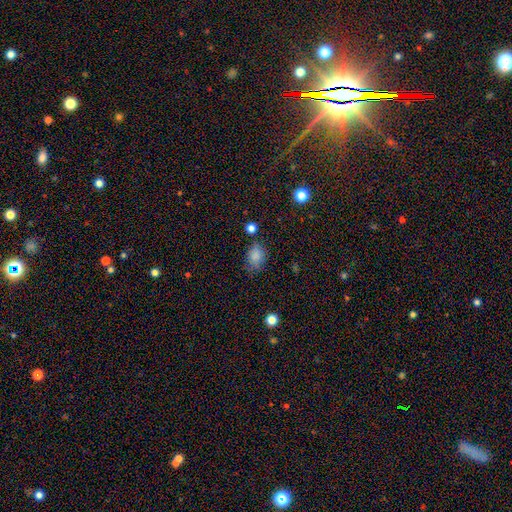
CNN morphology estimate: smooth-or-featured: smooth: 81% | star or artifact: 12% | featured or disk: 7%
  how-rounded: in between: 63% | round: 36% | cigar-shaped: 1%
  merging: none: 65% | minor disturbance: 24% | major disturbance: 7% | merger: 4%